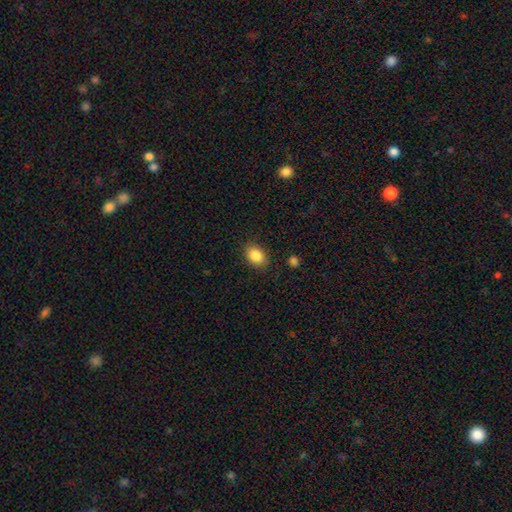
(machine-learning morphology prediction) This is clearly a smooth galaxy (86%). How rounded: likely in between (77%). Merging: clearly none (85%).